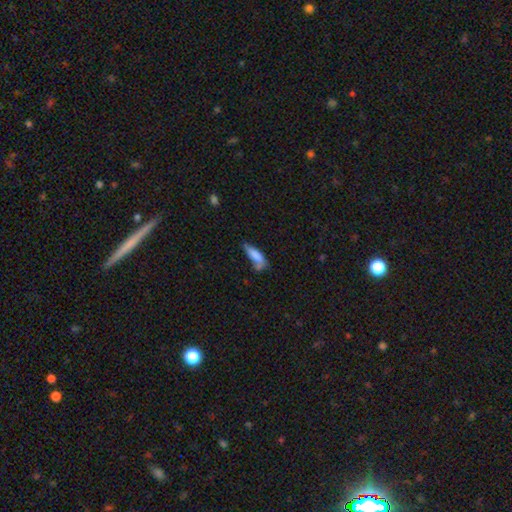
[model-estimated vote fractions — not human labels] Smooth or featured? smooth (77%)
How rounded? cigar-shaped (52%)
Merging? none (40%)